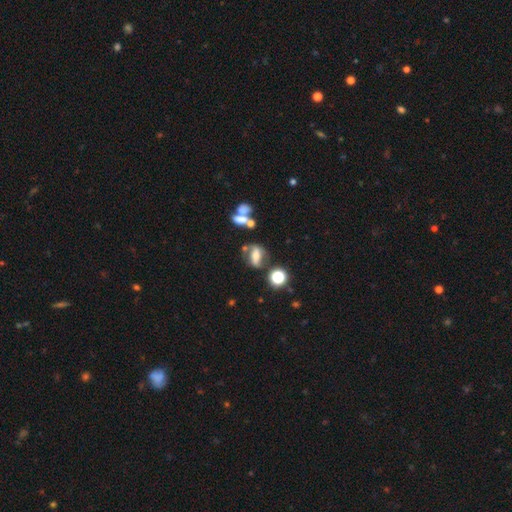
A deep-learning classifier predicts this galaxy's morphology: Smooth or featured? featured or disk (44%)
Merging? none (57%)